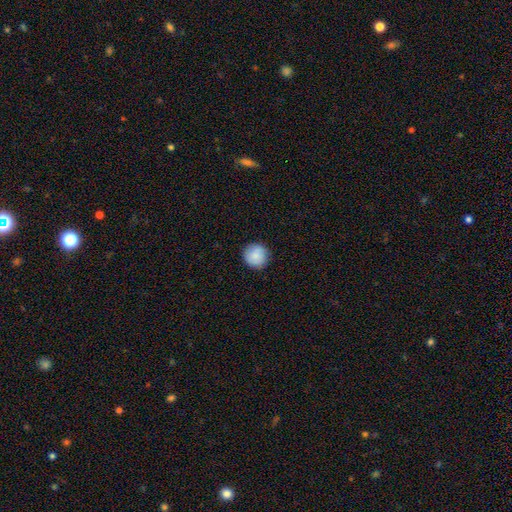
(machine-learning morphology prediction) The model was most divided on "smooth or featured": smooth: 87%, star or artifact: 8%, featured or disk: 6%. More confident: how rounded — round (95%); merging — none (90%).